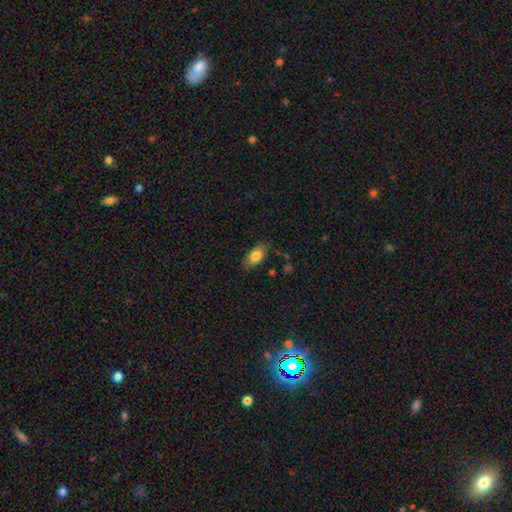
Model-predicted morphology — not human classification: Overall: smooth (80%). How rounded: in between (89%). Merging: none (79%).